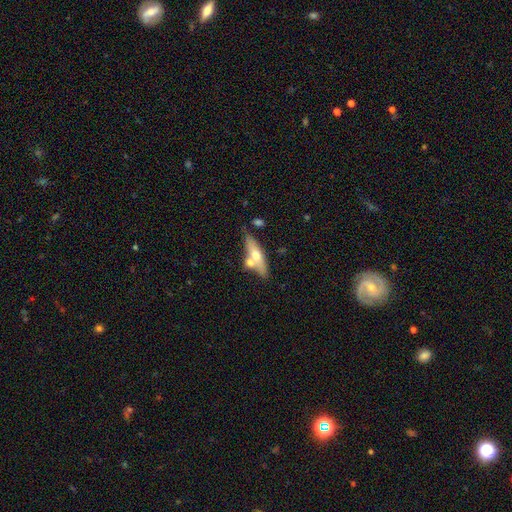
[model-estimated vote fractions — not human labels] Q: Smooth or featured?
A: smooth (50%); runner-up: featured or disk (44%)
Q: How rounded?
A: cigar-shaped (52%); runner-up: in between (44%)
Q: Merging?
A: none (57%); runner-up: merger (25%)